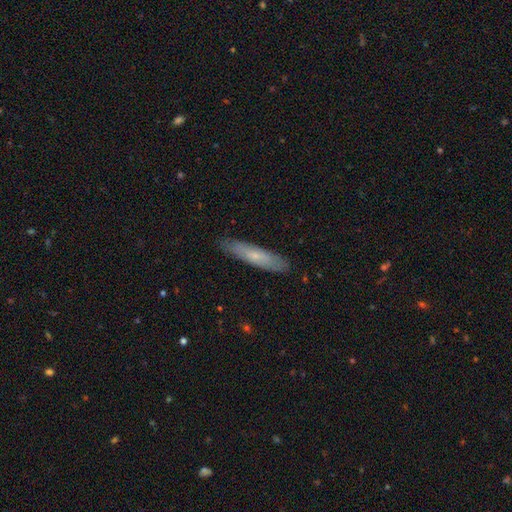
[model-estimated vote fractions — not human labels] This appears to be a smooth galaxy with no disk features (60%) that is cigar-shaped (82%). Merging: none (86%).